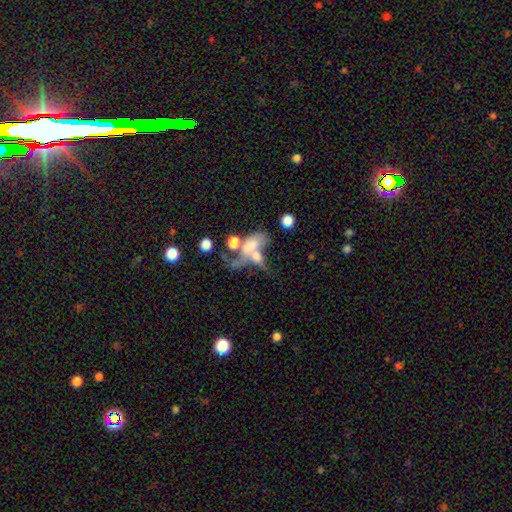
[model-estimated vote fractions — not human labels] Smooth or featured? smooth (50%)
Merging? merger (58%)